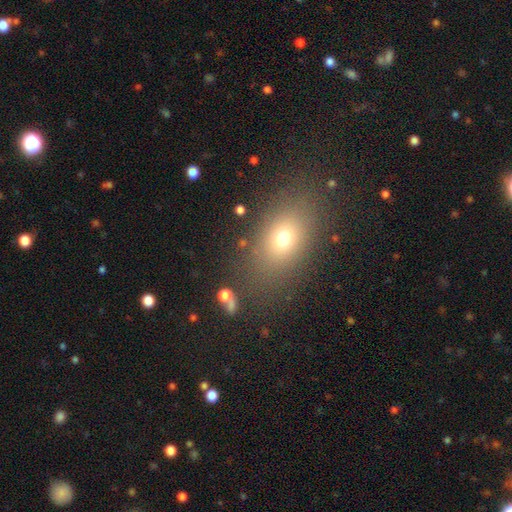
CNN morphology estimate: This is likely a smooth galaxy (64%). How rounded: likely in between (72%). Merging: clearly none (84%).